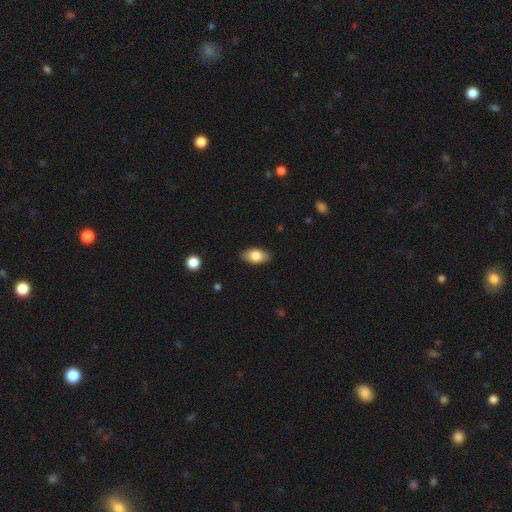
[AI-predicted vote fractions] smooth 83%, featured or disk 10%, star or artifact 7%. Down the decision tree: how rounded — in between (92%); merging — none (86%).